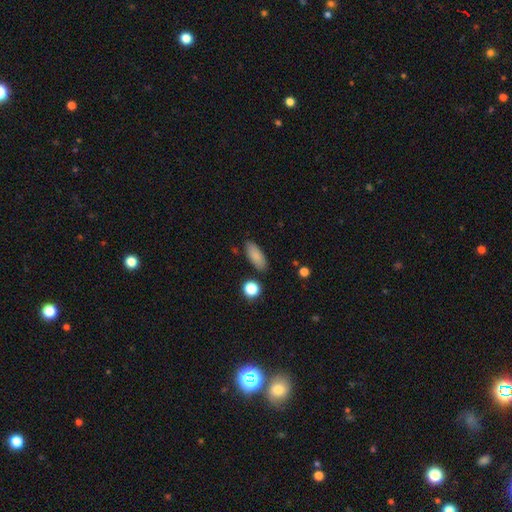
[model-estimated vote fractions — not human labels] smooth-or-featured: smooth: 84% | featured or disk: 8% | star or artifact: 8%
  how-rounded: in between: 83% | cigar-shaped: 14% | round: 3%
  merging: none: 83% | minor disturbance: 12% | major disturbance: 3% | merger: 3%